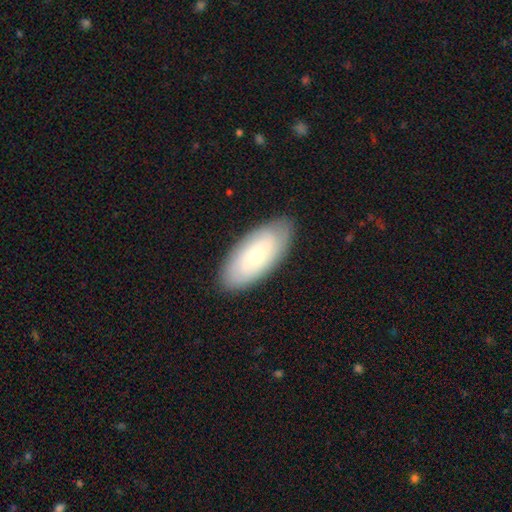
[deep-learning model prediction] This is likely a smooth galaxy (61%). How rounded: clearly in between (90%). Merging: clearly none (85%).